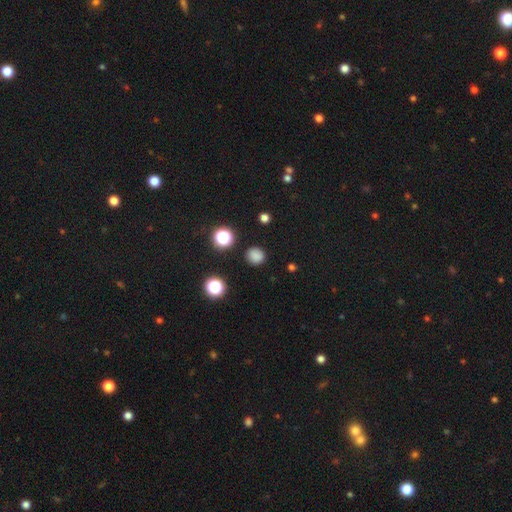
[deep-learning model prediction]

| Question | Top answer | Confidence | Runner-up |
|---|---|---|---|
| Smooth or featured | smooth | 80% | star or artifact (16%) |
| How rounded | round | 87% | in between (12%) |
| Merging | none | 87% | minor disturbance (8%) |